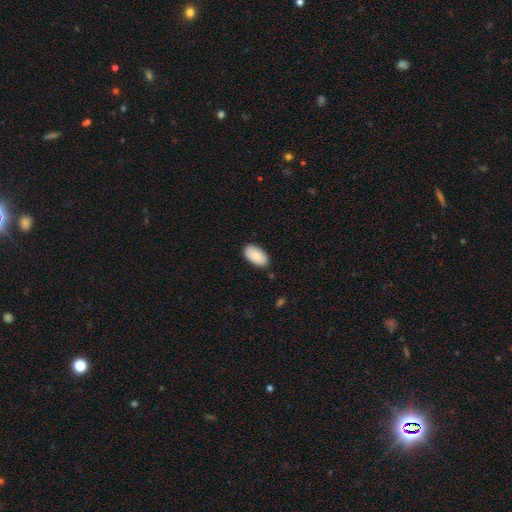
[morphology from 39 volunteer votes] Volunteers were most divided on "smooth or featured": smooth: 90%, featured or disk: 5%, star or artifact: 5%. More confident: how rounded — in between (100%); merging — none (95%).